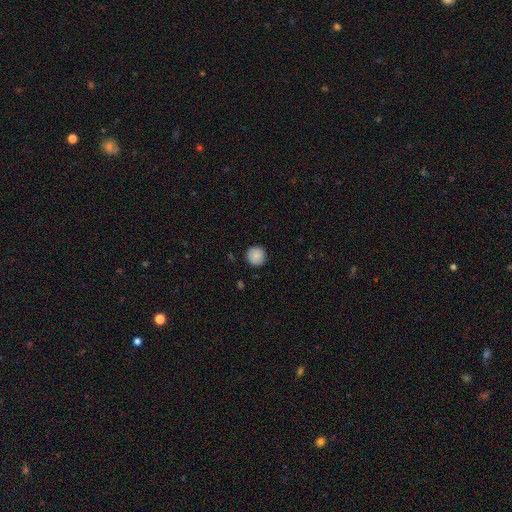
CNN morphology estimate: type=smooth (87%); roundness=round (95%); merging=none (91%).